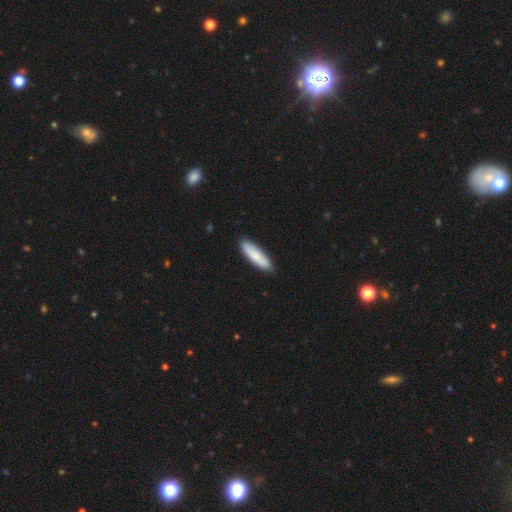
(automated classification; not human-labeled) smooth_or_featured: smooth (p=0.82) [alt: featured or disk p=0.13]
how_rounded: cigar-shaped (p=0.63) [alt: in between p=0.35]
merging: none (p=0.87) [alt: minor disturbance p=0.10]